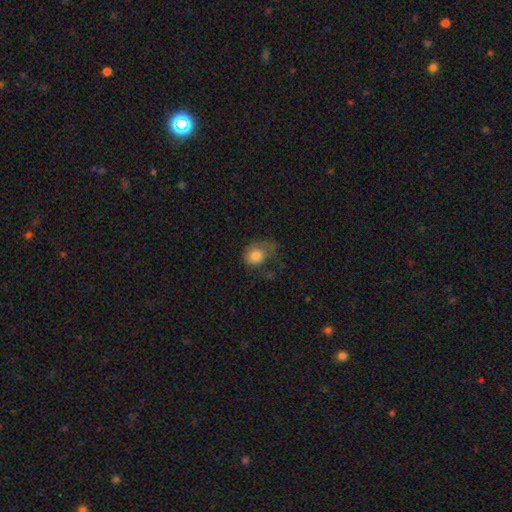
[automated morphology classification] Smooth or featured? smooth (78%)
How rounded? in between (50%)
Merging? major disturbance (37%)